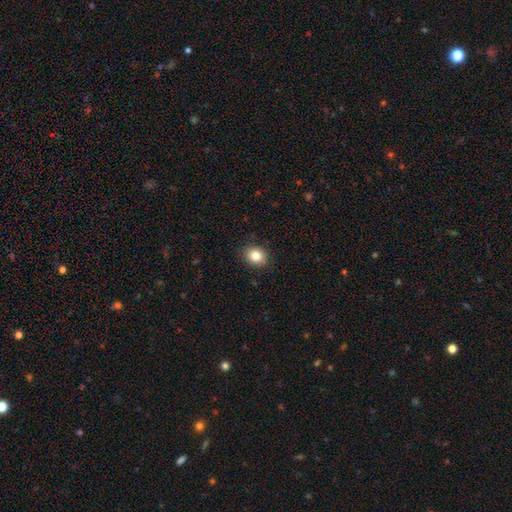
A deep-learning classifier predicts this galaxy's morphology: Smooth or featured? Predicted: smooth (p=0.84). How rounded? Predicted: round (p=0.59). Merging? Predicted: none (p=0.89).